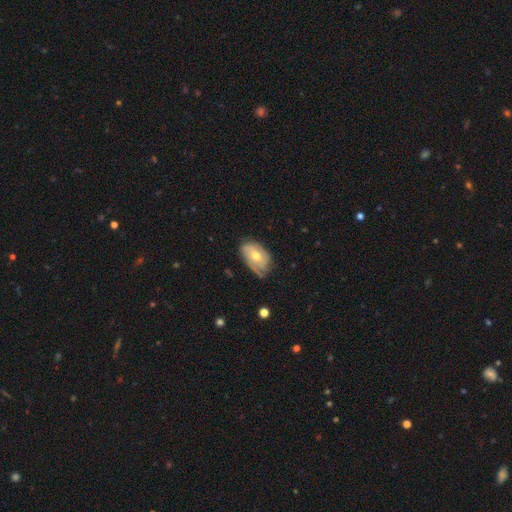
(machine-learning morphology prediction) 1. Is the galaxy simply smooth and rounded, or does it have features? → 52% featured or disk, 41% smooth, 7% star or artifact.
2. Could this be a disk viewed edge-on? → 93% no, 7% yes.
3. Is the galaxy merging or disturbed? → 51% none, 36% minor disturbance, 11% major disturbance, 2% merger.